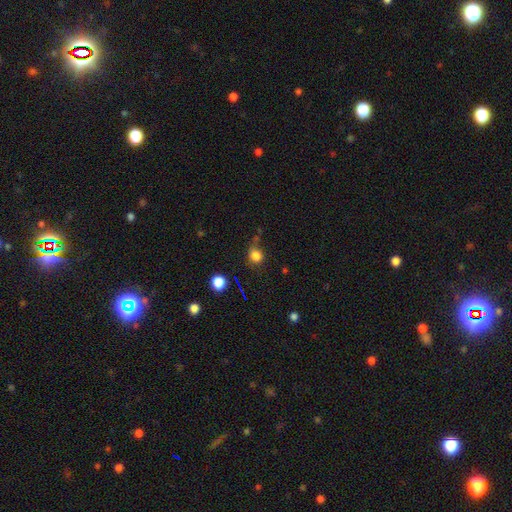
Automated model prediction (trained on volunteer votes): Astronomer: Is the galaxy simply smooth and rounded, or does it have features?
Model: smooth — 80%.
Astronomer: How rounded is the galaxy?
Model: round — 77%.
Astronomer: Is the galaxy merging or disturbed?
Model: none — 61%.